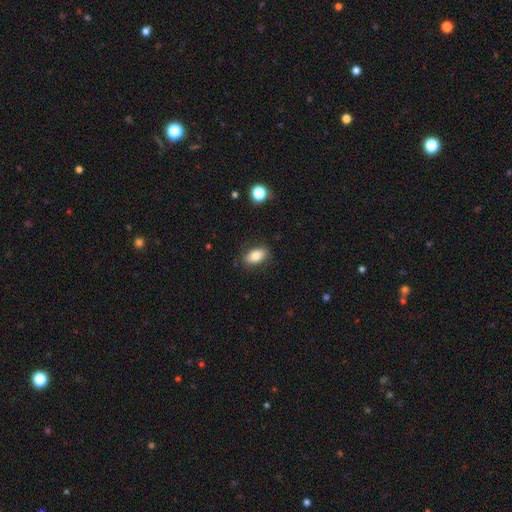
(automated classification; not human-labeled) Q: Smooth or featured?
A: smooth (81%); runner-up: featured or disk (11%)
Q: How rounded?
A: in between (87%); runner-up: round (8%)
Q: Merging?
A: none (84%); runner-up: minor disturbance (11%)